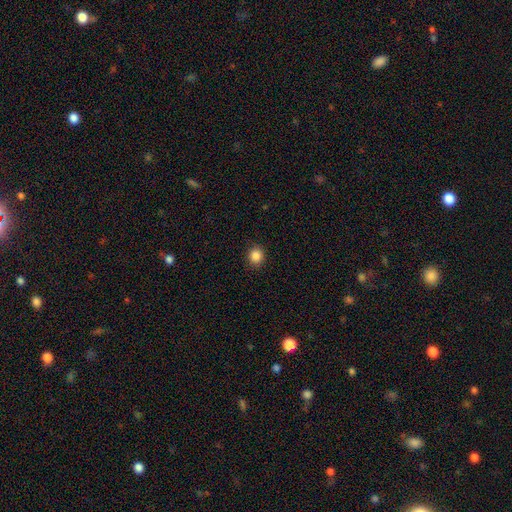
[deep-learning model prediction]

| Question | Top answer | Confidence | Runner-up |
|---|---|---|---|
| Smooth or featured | smooth | 86% | star or artifact (10%) |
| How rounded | round | 83% | in between (16%) |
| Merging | none | 90% | minor disturbance (7%) |